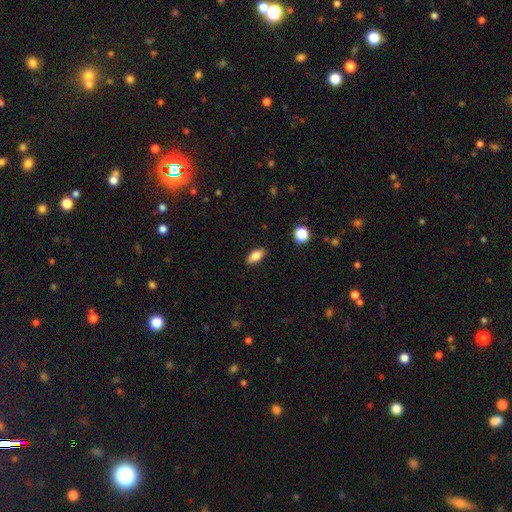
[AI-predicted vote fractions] Q: Smooth or featured?
A: smooth (79%); runner-up: featured or disk (13%)
Q: How rounded?
A: in between (84%); runner-up: cigar-shaped (12%)
Q: Merging?
A: none (89%); runner-up: minor disturbance (8%)